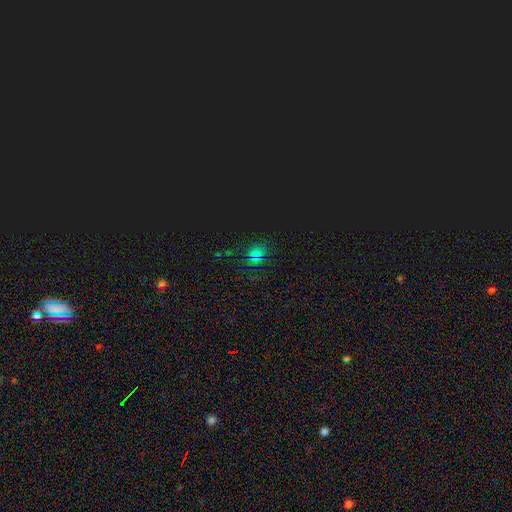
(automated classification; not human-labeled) smooth-or-featured: star or artifact: 57% | smooth: 36% | featured or disk: 7%